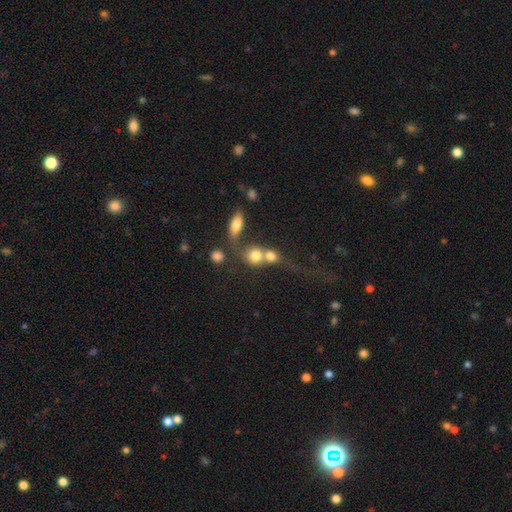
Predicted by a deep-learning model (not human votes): The model was most divided on "merging": merger: 62%, none: 24%, major disturbance: 8%, minor disturbance: 6%. More confident: how rounded — round (75%); smooth or featured — smooth (74%).